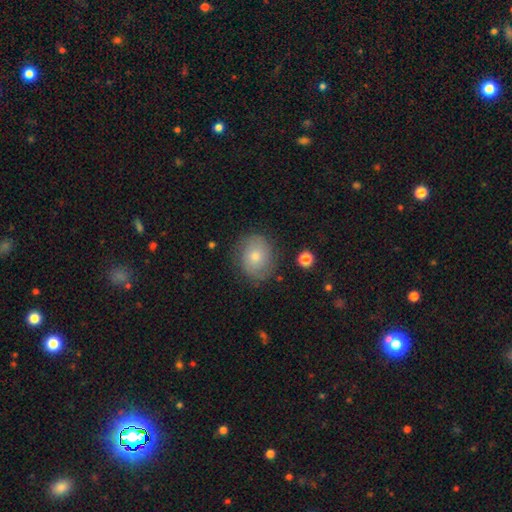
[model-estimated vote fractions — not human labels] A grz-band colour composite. It shows a smooth galaxy with no disk features (58%) that is round (65%). Merging: none (79%).